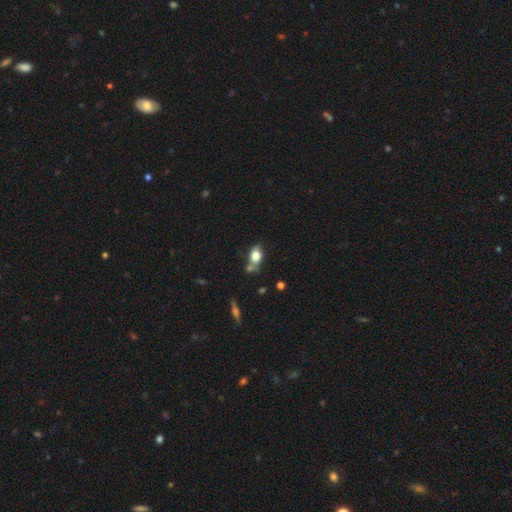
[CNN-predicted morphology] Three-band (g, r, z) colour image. It shows a smooth galaxy with no disk features (73%) that is in between round and cigar-shaped (72%). Merging: none (53%).